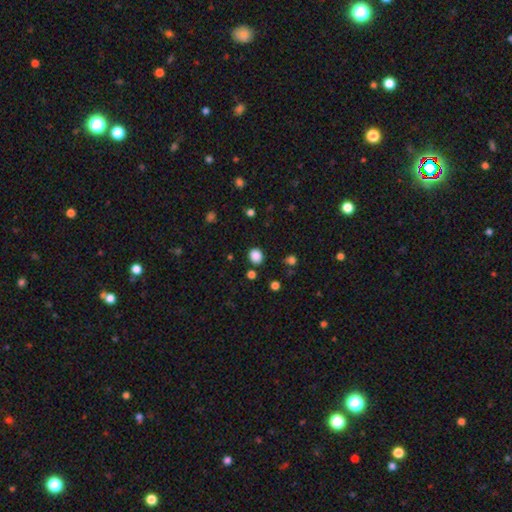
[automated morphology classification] smooth_or_featured: smooth (p=0.85) [alt: star or artifact p=0.12]
how_rounded: round (p=0.67) [alt: in between p=0.32]
merging: none (p=0.84) [alt: minor disturbance p=0.09]